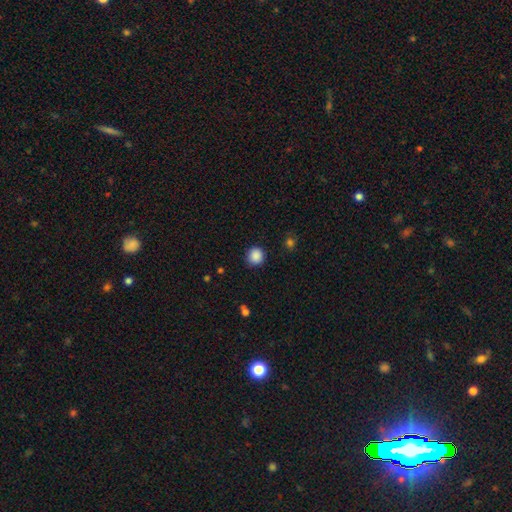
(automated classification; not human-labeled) This is clearly a smooth galaxy (88%). How rounded: clearly round (92%). Merging: clearly none (89%).